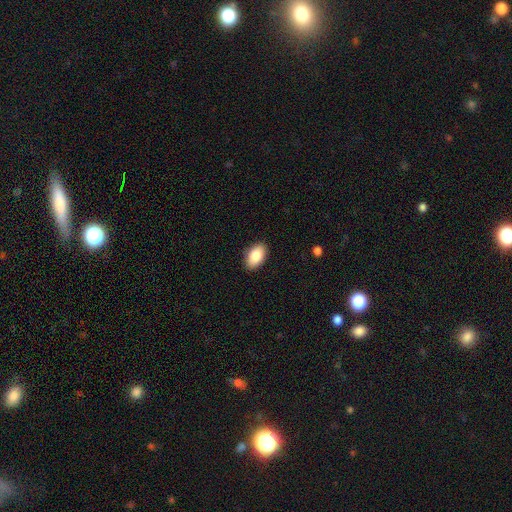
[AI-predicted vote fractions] A smooth galaxy with no disk features (86%) that is in between round and cigar-shaped (93%).

Vote fractions:
- Smooth or featured? smooth: 86% / featured or disk: 7% / star or artifact: 7%
- How rounded? in between: 93% / round: 5% / cigar-shaped: 1%
- Merging? none: 89% / minor disturbance: 8% / major disturbance: 2% / merger: 1%